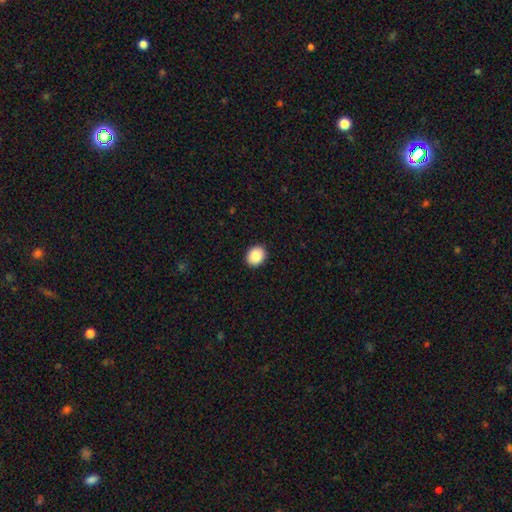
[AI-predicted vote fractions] Q: Smooth or featured?
A: smooth (87%); runner-up: star or artifact (8%)
Q: How rounded?
A: round (65%); runner-up: in between (34%)
Q: Merging?
A: none (92%); runner-up: minor disturbance (5%)